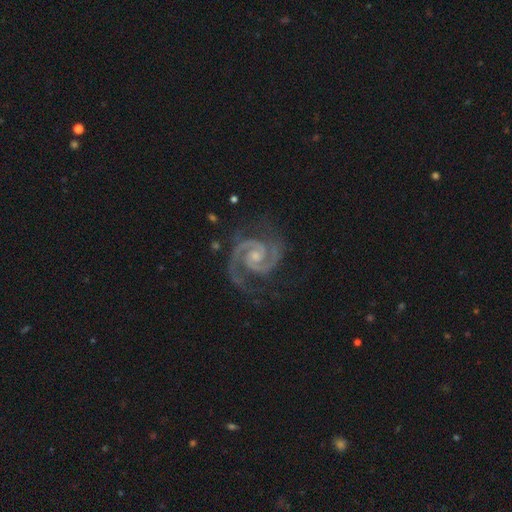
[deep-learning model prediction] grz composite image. It shows a featured or disk galaxy (94%) with no bar (59%), 2 (93%) tight (54%) spiral arms (99%) and a small central bulge (53%). Merging: none (75%).